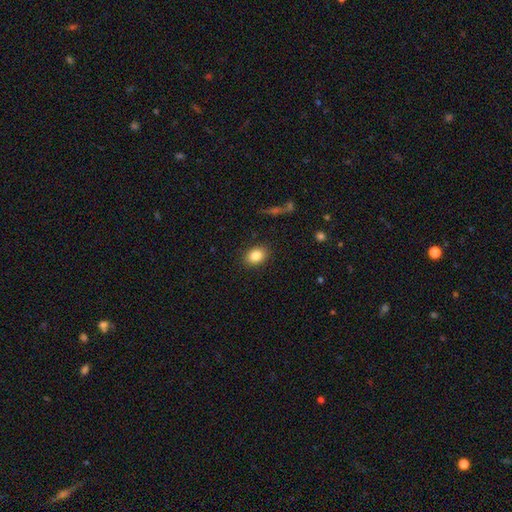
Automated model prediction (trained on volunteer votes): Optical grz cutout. It shows a smooth galaxy with no disk features (84%) that is in between round and cigar-shaped (69%). Merging: none (88%).